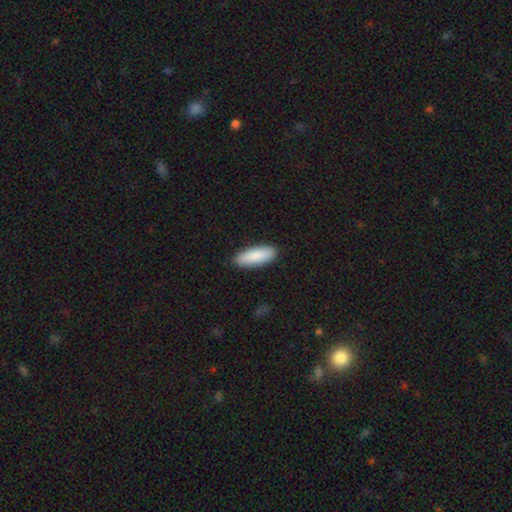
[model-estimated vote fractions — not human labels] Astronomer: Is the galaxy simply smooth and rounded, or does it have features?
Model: smooth — 86%.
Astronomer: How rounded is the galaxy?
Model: in between — 64%.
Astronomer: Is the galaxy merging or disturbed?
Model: none — 90%.